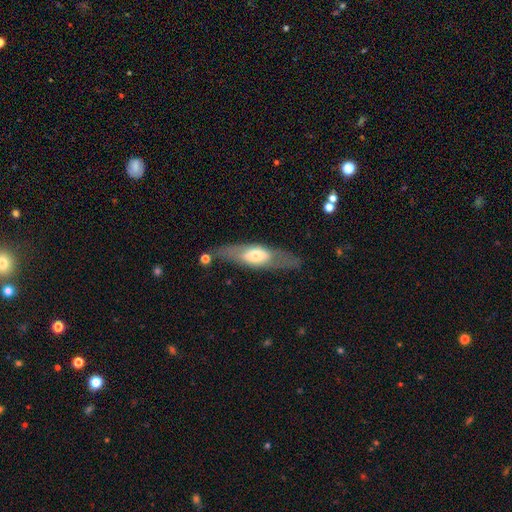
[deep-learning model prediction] This appears to be a featured or disk galaxy (51%) viewed edge-on (52%). Merging: none (70%).